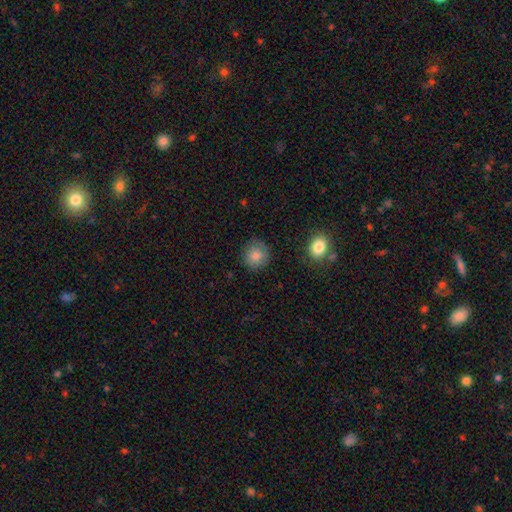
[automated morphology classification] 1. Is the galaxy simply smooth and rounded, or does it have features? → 83% smooth, 9% star or artifact, 8% featured or disk.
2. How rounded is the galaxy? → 90% round, 9% in between, 1% cigar-shaped.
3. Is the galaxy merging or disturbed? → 84% none, 11% minor disturbance, 3% major disturbance, 2% merger.